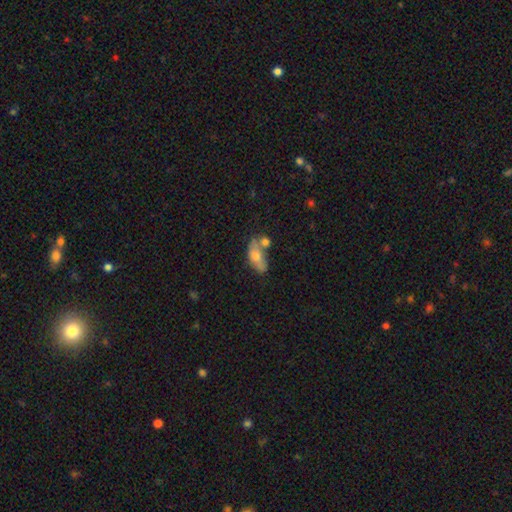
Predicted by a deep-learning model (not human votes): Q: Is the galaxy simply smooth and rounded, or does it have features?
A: smooth — 61%.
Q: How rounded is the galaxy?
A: in between — 83%.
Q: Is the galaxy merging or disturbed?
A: none — 35%.